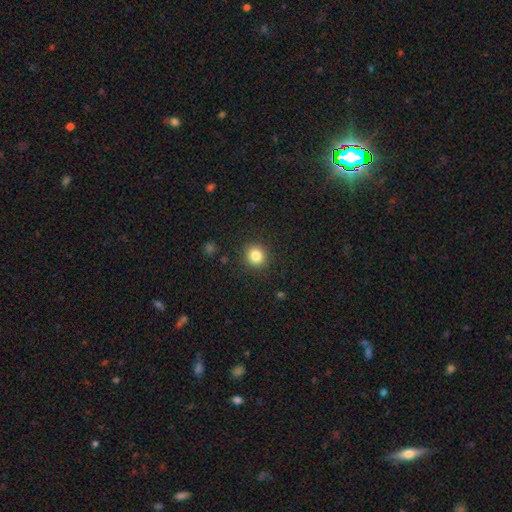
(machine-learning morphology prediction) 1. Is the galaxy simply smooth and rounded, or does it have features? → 83% smooth, 11% star or artifact, 6% featured or disk.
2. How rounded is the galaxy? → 88% round, 11% in between, 1% cigar-shaped.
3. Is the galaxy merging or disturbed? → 90% none, 6% minor disturbance, 2% major disturbance, 1% merger.